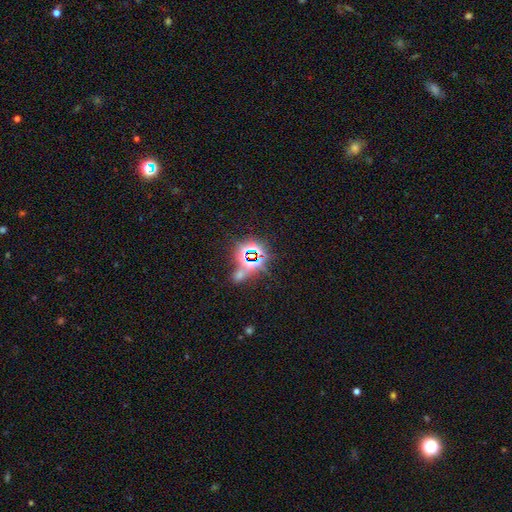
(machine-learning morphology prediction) This is likely a star or artifact rather than a galaxy (78%).